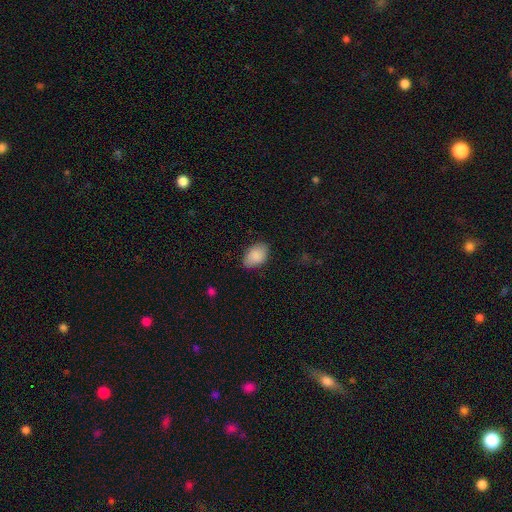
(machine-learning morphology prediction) The model was most divided on "merging": none: 81%, minor disturbance: 15%, major disturbance: 3%, merger: 1%. More confident: how rounded — in between (89%); smooth or featured — smooth (88%).